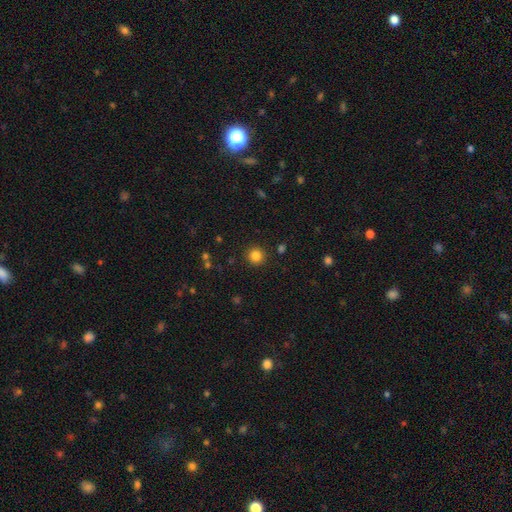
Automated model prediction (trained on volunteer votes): The model was most divided on "smooth or featured": smooth: 83%, star or artifact: 12%, featured or disk: 5%. More confident: how rounded — round (94%); merging — none (91%).